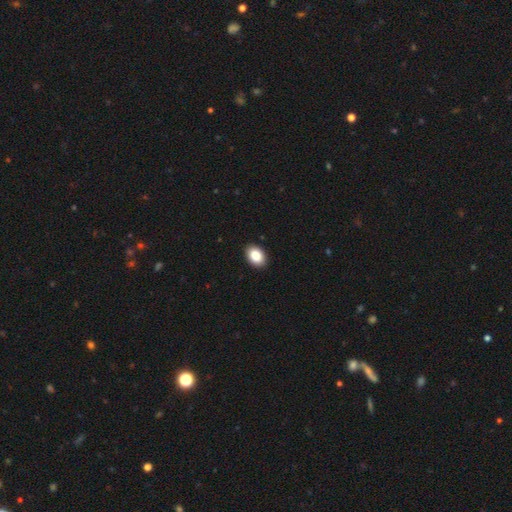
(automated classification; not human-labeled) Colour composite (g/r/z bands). It shows a smooth galaxy with no disk features (88%) that is in between round and cigar-shaped (85%). Merging: none (91%).